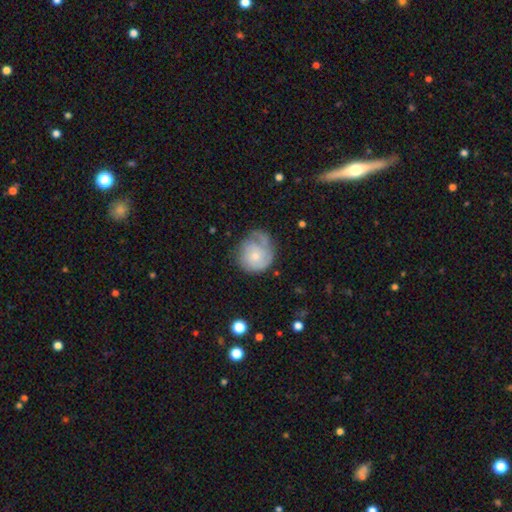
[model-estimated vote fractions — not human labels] The model was most divided on "smooth or featured": featured or disk: 50%, smooth: 43%, star or artifact: 7%. Remaining: merging — none (45%).